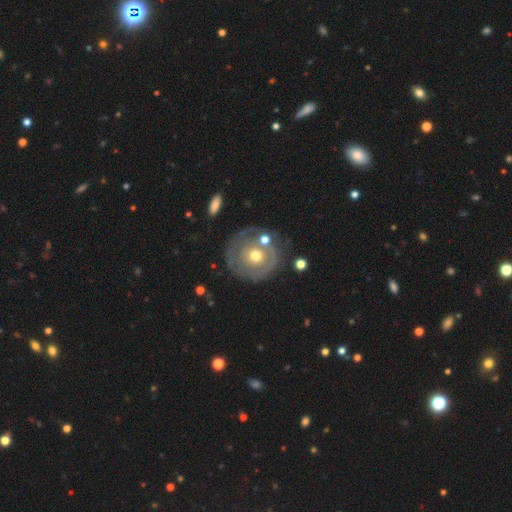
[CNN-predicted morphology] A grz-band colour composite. It shows a featured or disk galaxy (59%) with no bar (90%), no spiral arms (61%) and a moderate central bulge (65%). Merging: none (67%).